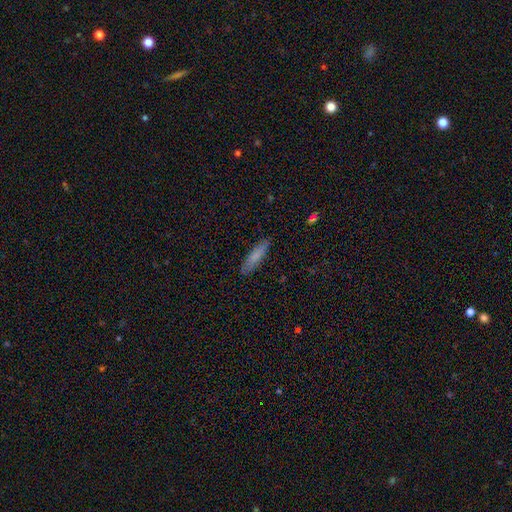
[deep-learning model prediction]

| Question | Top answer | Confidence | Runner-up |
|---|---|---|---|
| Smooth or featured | smooth | 79% | featured or disk (15%) |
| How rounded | cigar-shaped | 78% | in between (21%) |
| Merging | none | 87% | minor disturbance (10%) |